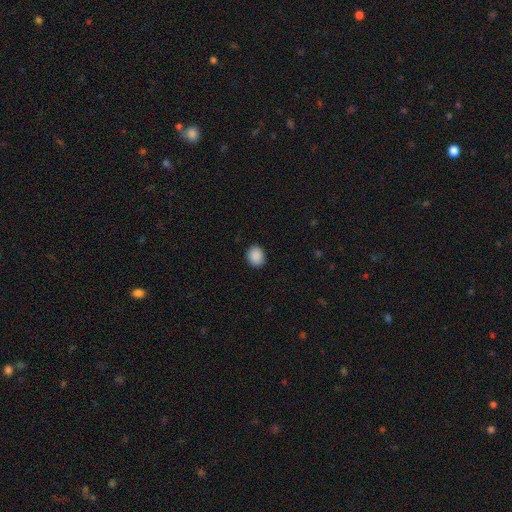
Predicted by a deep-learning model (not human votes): This is clearly a smooth galaxy (89%). How rounded: likely round (63%). Merging: clearly none (89%).